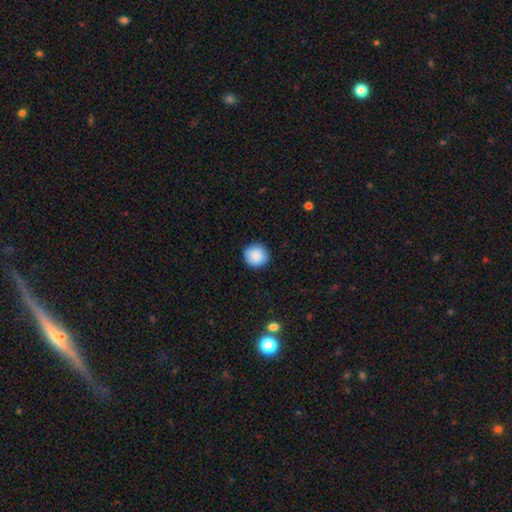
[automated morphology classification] smooth-or-featured: smooth: 88% | star or artifact: 7% | featured or disk: 5%
  how-rounded: round: 94% | in between: 6% | cigar-shaped: 1%
  merging: none: 90% | minor disturbance: 7% | major disturbance: 2% | merger: 1%